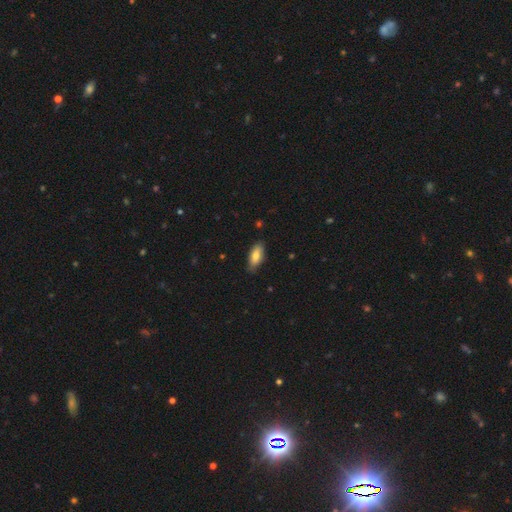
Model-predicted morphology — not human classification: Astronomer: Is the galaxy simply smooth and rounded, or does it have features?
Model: smooth — 77%.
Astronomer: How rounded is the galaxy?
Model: in between — 81%.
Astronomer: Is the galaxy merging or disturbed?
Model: none — 81%.